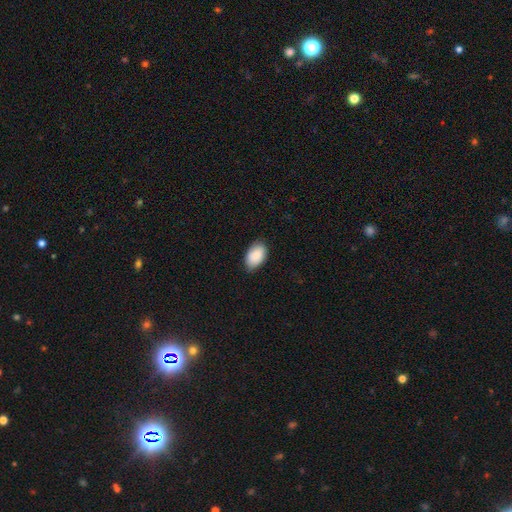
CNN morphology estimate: Smooth or featured: smooth — 89% (star or artifact — 6%)
How rounded: in between — 93% (round — 6%)
Merging: none — 80% (minor disturbance — 17%)